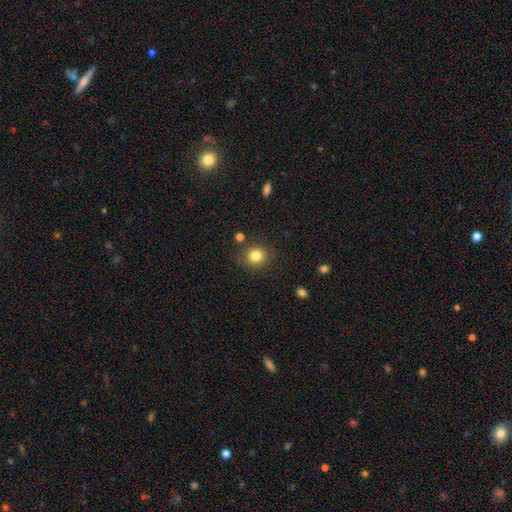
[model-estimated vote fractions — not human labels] Morphology: type=smooth (82%); roundness=round (83%); merging=none (84%).